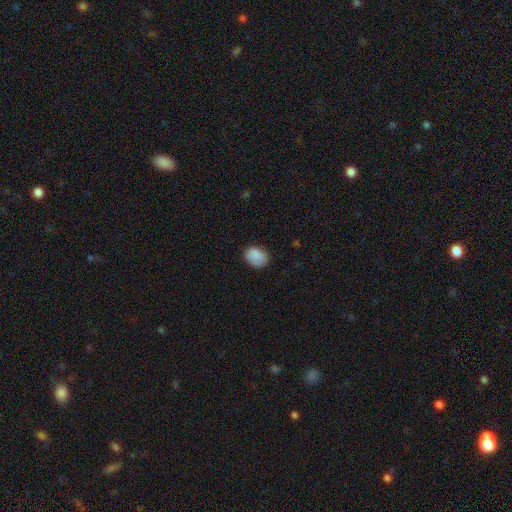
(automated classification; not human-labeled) Smooth or featured? smooth (88%)
How rounded? in between (63%)
Merging? none (78%)